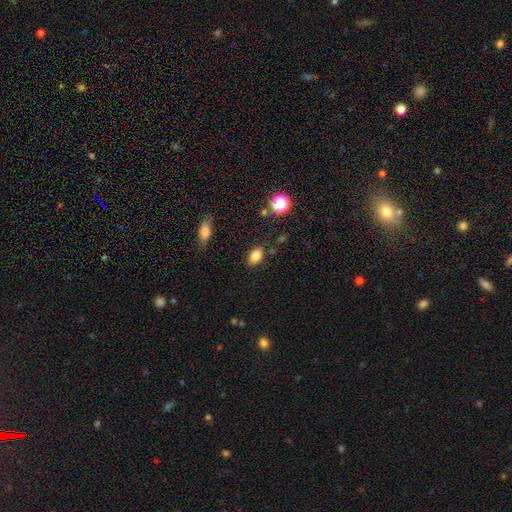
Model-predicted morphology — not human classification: This is clearly a smooth galaxy (82%). How rounded: clearly in between (81%). Merging: clearly none (82%).